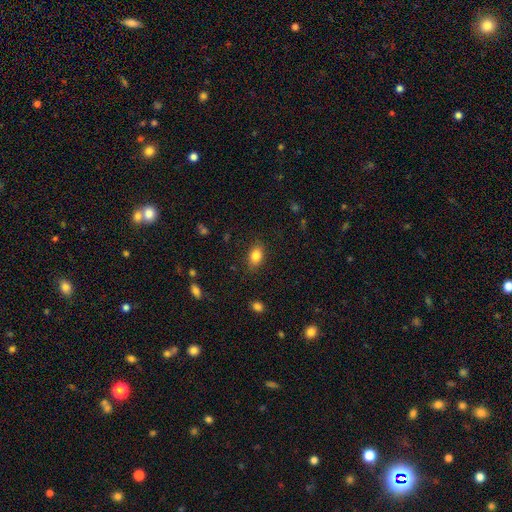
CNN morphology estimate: Smooth or featured? smooth (84%)
How rounded? in between (84%)
Merging? none (85%)